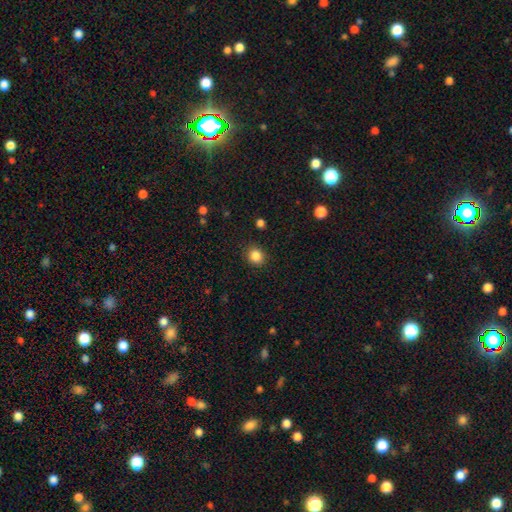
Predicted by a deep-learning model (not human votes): This appears to be a smooth galaxy with no disk features (86%) that is round (78%). Merging: none (89%).